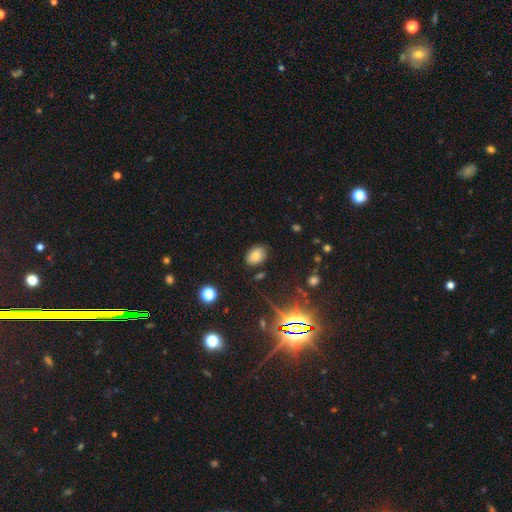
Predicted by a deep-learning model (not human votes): Smooth or featured? smooth (76%)
How rounded? in between (82%)
Merging? none (84%)